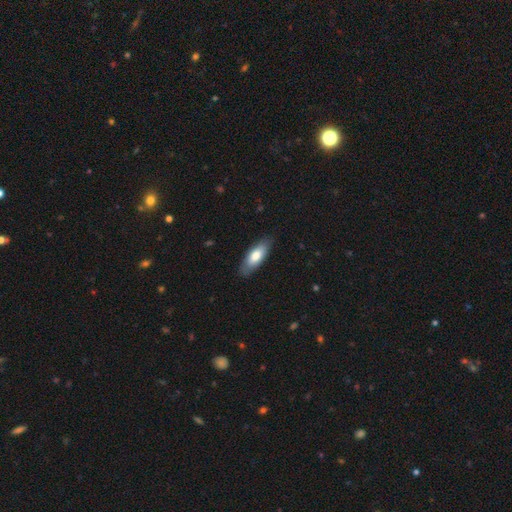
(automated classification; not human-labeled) The model was most divided on "how rounded": in between: 73%, cigar-shaped: 25%, round: 2%. More confident: merging — none (85%); smooth or featured — smooth (74%).